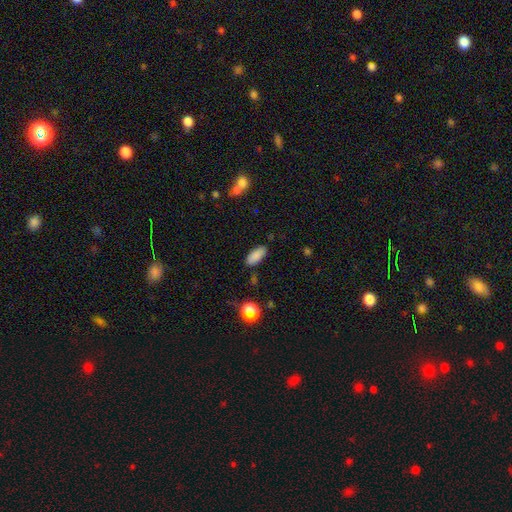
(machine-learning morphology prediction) smooth-or-featured: smooth: 87% | star or artifact: 8% | featured or disk: 5%
  how-rounded: in between: 84% | cigar-shaped: 14% | round: 2%
  merging: none: 85% | minor disturbance: 10% | major disturbance: 2% | merger: 2%